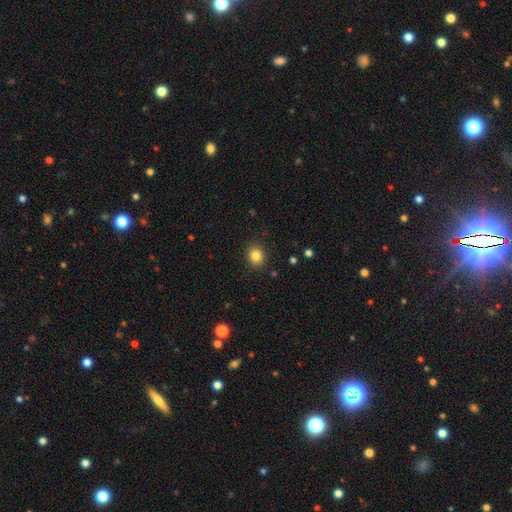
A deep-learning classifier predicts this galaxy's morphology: This appears to be a smooth galaxy with no disk features (84%) that is round (74%). Merging: none (90%).